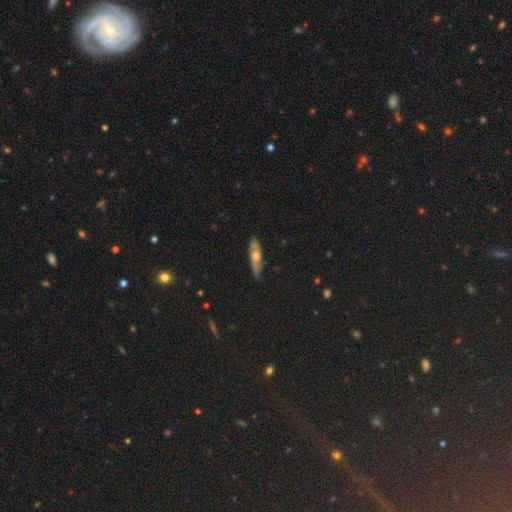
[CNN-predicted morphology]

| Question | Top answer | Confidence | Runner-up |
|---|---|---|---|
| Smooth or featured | featured or disk | 49% | smooth (45%) |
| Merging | none | 74% | minor disturbance (21%) |